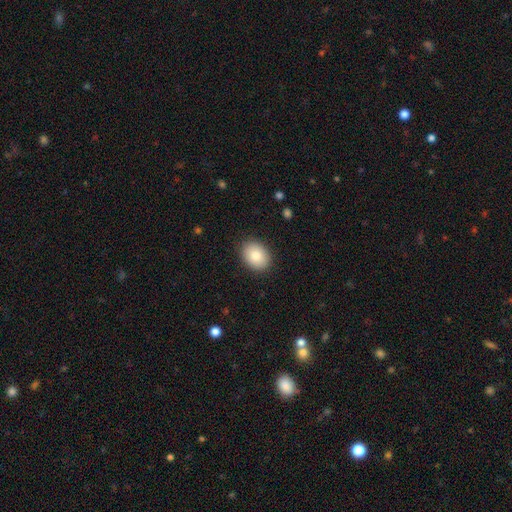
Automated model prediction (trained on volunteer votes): Overall: smooth (85%). How rounded: in between (65%; round 34%). Merging: none (89%).